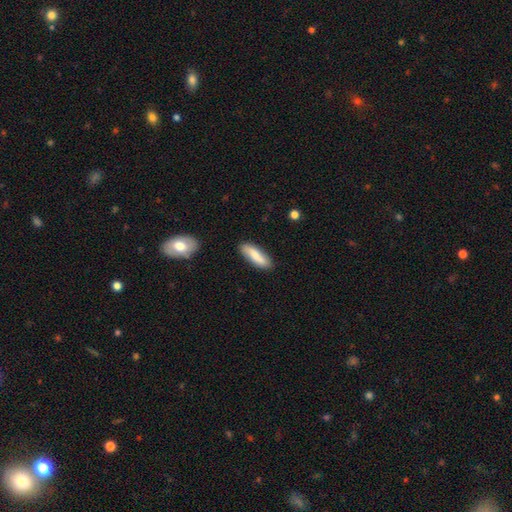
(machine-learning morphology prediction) smooth 73%, featured or disk 21%, star or artifact 6%. Down the decision tree: how rounded — cigar-shaped (51%); merging — none (85%).